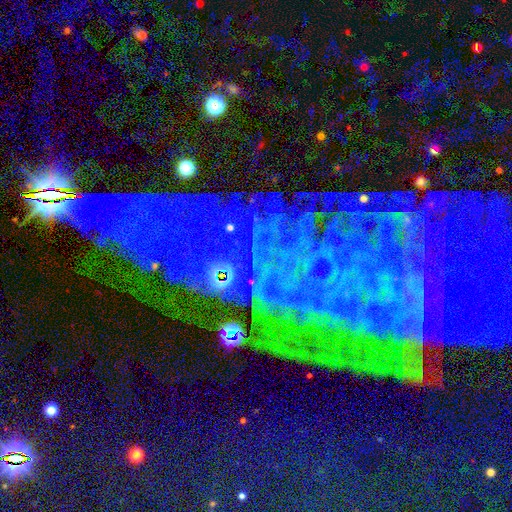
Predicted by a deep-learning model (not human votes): This appears to be a star or artifact, not a galaxy (61%).